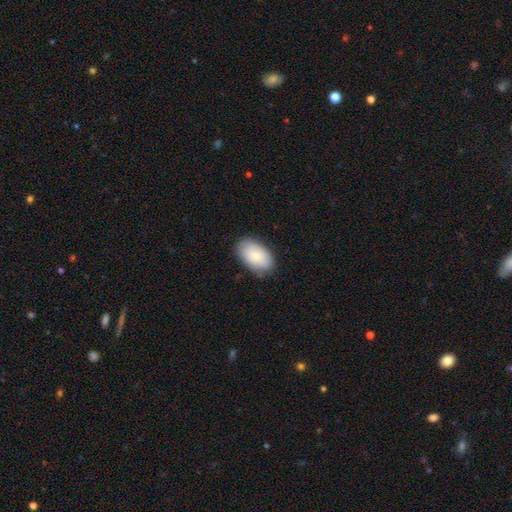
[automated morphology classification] Smooth or featured: smooth — 71% (featured or disk — 23%)
How rounded: in between — 93% (round — 6%)
Merging: none — 81% (minor disturbance — 15%)